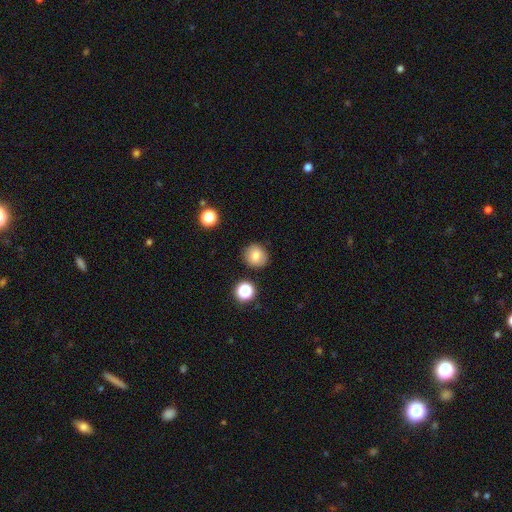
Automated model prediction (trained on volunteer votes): Smooth or featured? smooth (80%)
How rounded? round (88%)
Merging? none (87%)